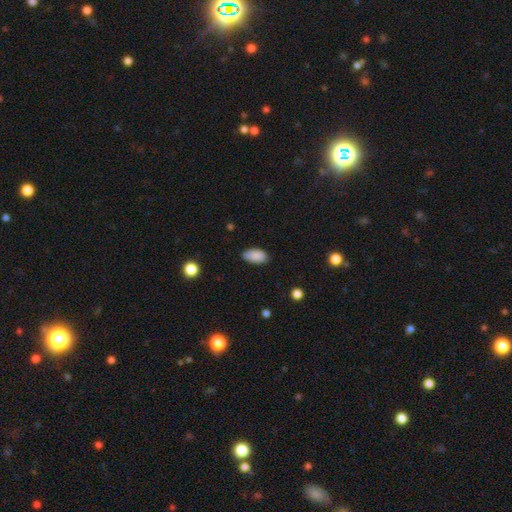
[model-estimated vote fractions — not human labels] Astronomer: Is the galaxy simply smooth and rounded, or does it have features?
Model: smooth — 88%.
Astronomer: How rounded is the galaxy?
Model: in between — 94%.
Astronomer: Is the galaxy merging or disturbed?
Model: none — 79%.